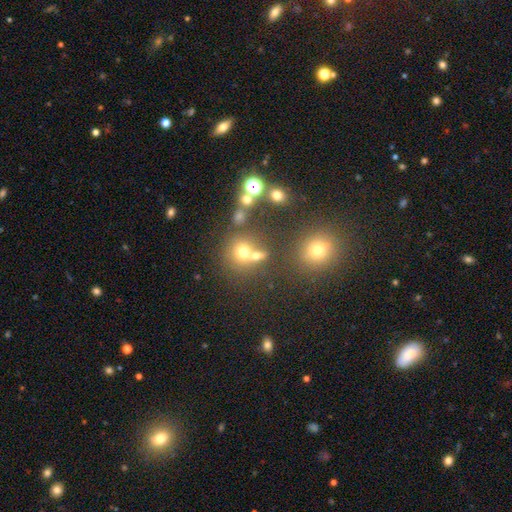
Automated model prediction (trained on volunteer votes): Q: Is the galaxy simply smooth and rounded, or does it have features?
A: smooth — 63%.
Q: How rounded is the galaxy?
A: round — 72%.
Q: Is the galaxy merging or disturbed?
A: none — 50%.